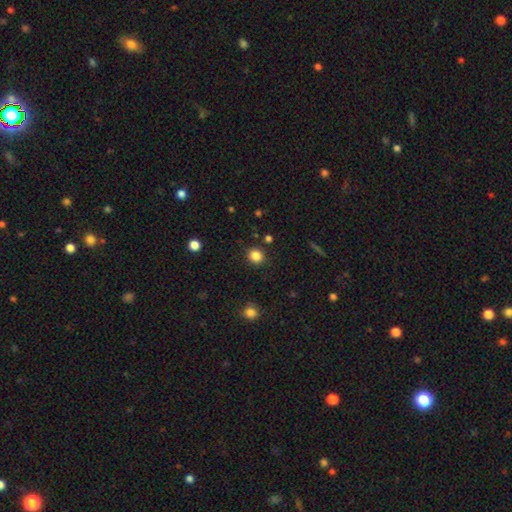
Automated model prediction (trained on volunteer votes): A smooth galaxy with no disk features (85%) that is round (88%). Merging: none (89%).